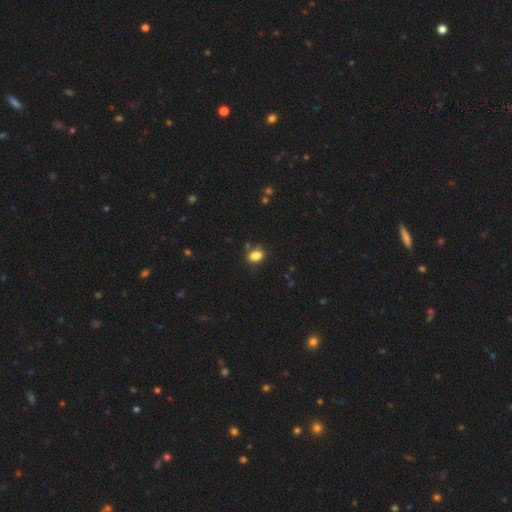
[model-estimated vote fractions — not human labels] Morphology: type=smooth (84%); roundness=in between (60%); merging=none (80%).